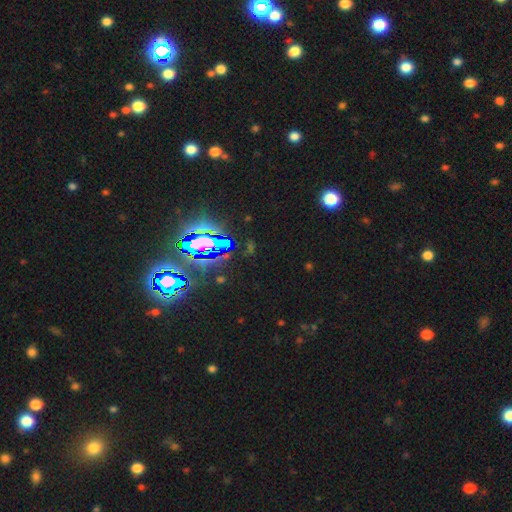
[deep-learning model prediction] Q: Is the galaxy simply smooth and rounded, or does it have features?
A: star or artifact — 71%.